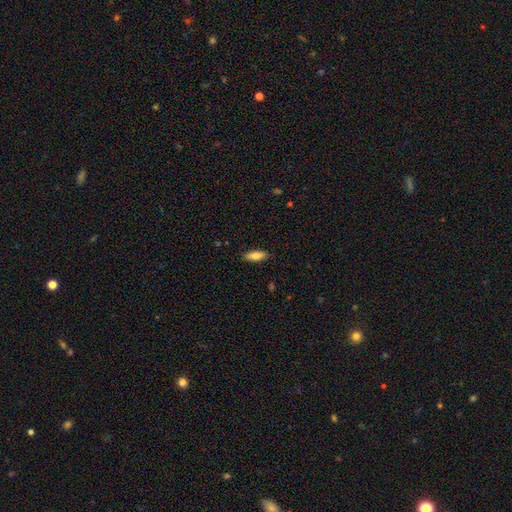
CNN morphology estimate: A smooth galaxy with no disk features (80%) that is in between round and cigar-shaped (59%).

Vote fractions:
- Smooth or featured? smooth: 80% / featured or disk: 14% / star or artifact: 6%
- How rounded? in between: 59% / cigar-shaped: 39% / round: 2%
- Merging? none: 88% / minor disturbance: 9% / major disturbance: 2% / merger: 1%